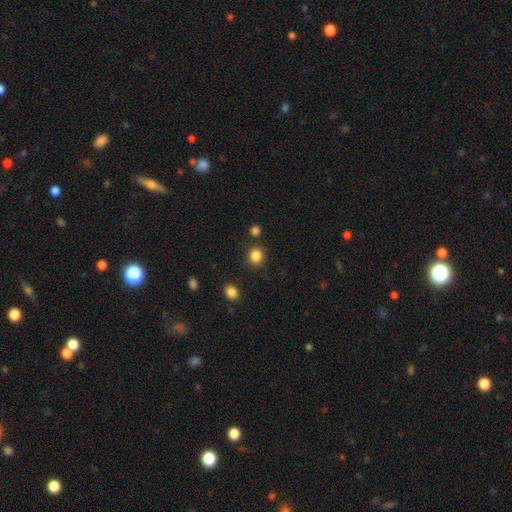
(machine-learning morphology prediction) A smooth galaxy with no disk features (85%) that is round (80%). Merging: none (83%).